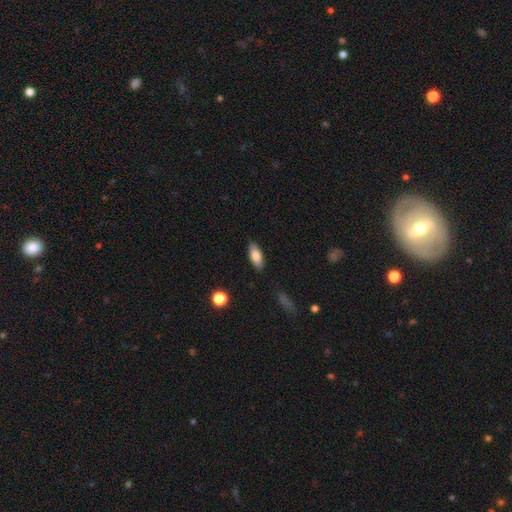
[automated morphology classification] A smooth galaxy with no disk features (78%) that is in between round and cigar-shaped (81%). Merging: none (86%).